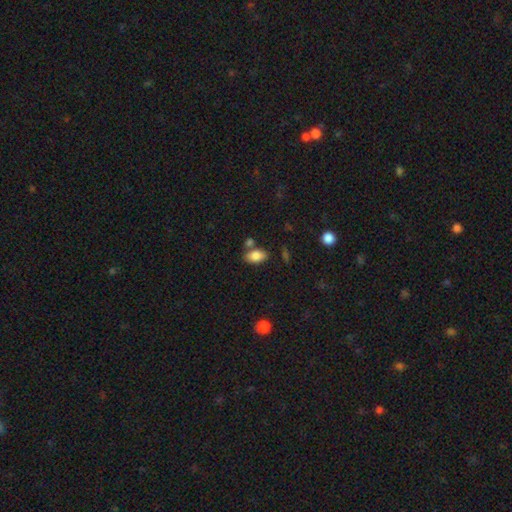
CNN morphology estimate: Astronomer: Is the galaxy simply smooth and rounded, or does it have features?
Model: smooth — 84%.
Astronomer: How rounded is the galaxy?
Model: in between — 91%.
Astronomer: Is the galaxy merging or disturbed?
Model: none — 67%.